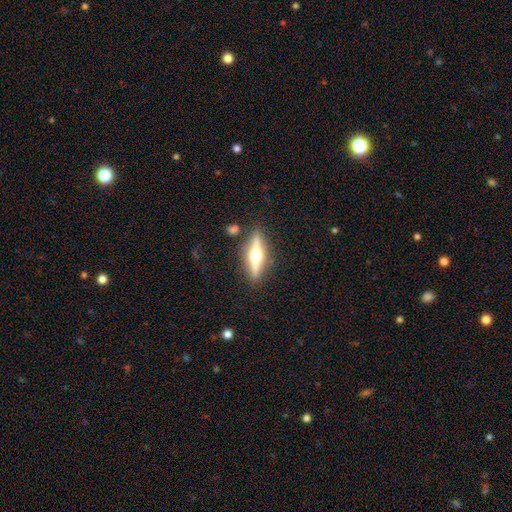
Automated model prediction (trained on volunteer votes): This is likely a featured or disk galaxy (72%). It is clearly viewed edge-on (96%). Edge-on bulge: clearly rounded (96%). Merging: clearly none (86%).